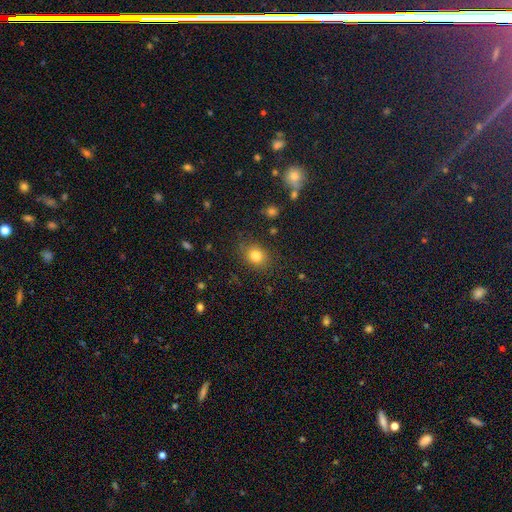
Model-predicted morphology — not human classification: Smooth or featured? Predicted: smooth (p=0.81). How rounded? Predicted: round (p=0.57). Merging? Predicted: none (p=0.81).